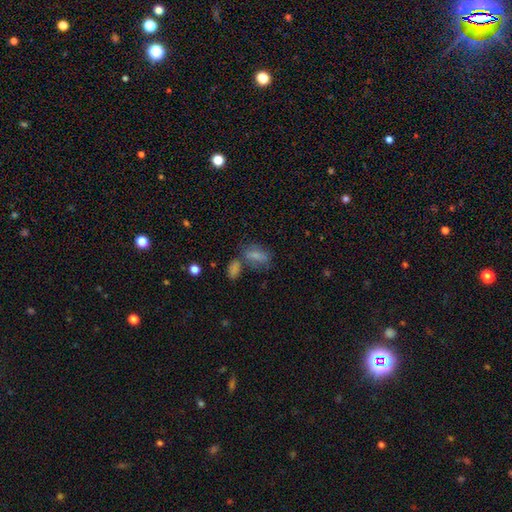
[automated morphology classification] type=smooth (73%); roundness=in between (86%); merging=none (42%).